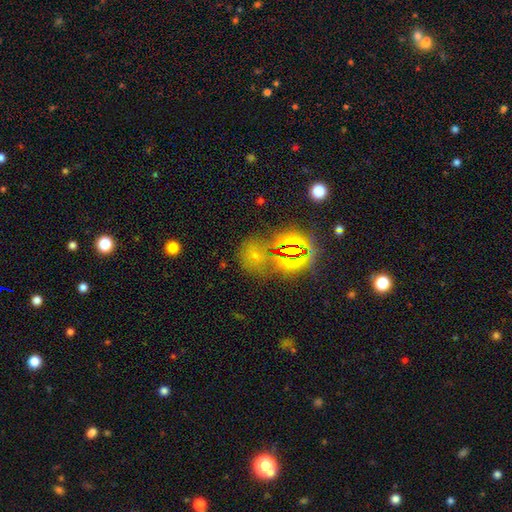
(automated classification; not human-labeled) Smooth or featured?
  - star or artifact: 47% *
  - smooth: 44%
  - featured or disk: 9%